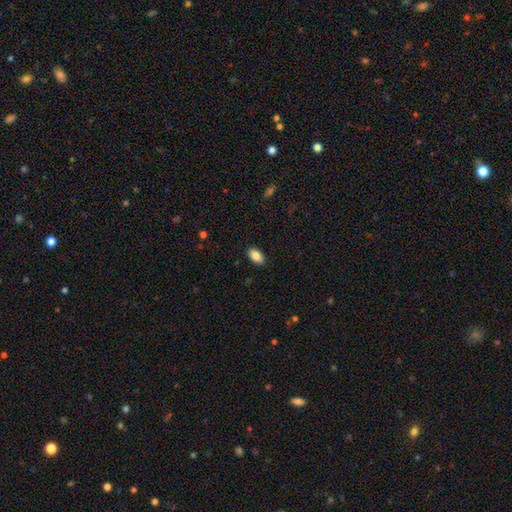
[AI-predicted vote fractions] smooth 85%, featured or disk 8%, star or artifact 7%. Down the decision tree: how rounded — in between (93%); merging — none (89%).